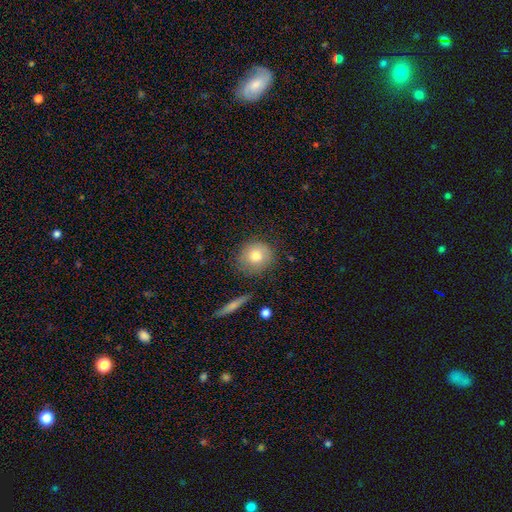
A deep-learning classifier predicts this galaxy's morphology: This is likely a smooth galaxy (78%). How rounded: clearly round (82%). Merging: likely none (78%).